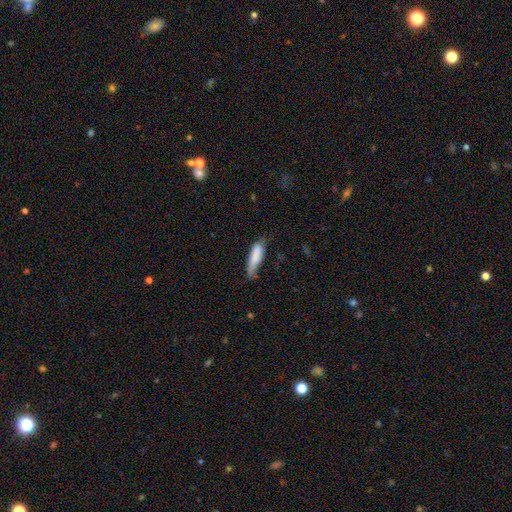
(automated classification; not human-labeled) A smooth galaxy with no disk features (79%) that is cigar-shaped (64%). Merging: none (47%).